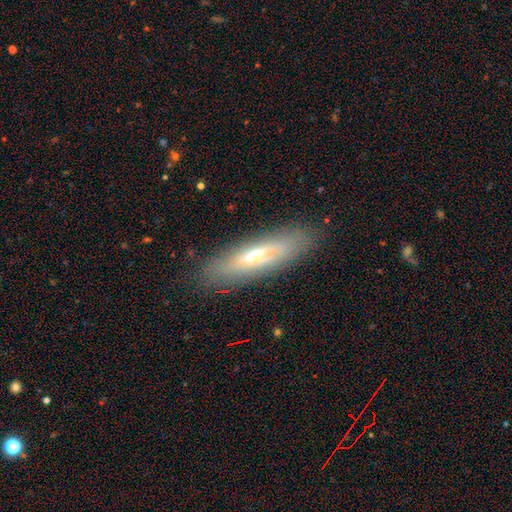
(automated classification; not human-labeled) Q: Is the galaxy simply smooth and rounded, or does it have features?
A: featured or disk — 50%.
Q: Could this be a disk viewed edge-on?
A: yes — 66%.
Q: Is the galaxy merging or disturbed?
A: none — 83%.